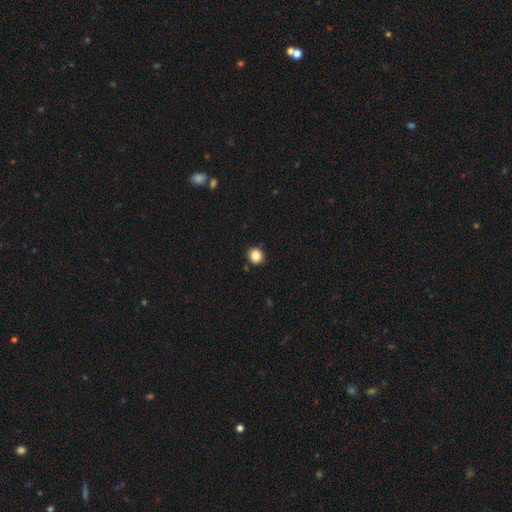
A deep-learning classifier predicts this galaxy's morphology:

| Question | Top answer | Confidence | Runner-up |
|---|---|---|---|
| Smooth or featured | smooth | 86% | star or artifact (11%) |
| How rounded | round | 87% | in between (12%) |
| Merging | none | 90% | minor disturbance (7%) |